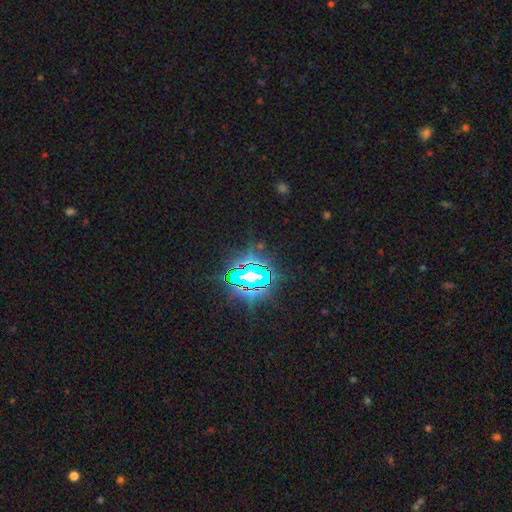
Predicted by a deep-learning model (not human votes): This is clearly a star or artifact rather than a galaxy (82%).